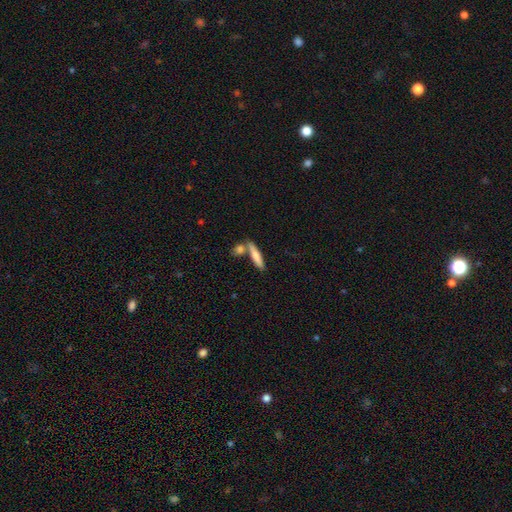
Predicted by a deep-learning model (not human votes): This is likely a smooth galaxy (74%). How rounded: likely cigar-shaped (79%). Merging: possibly none (59%).